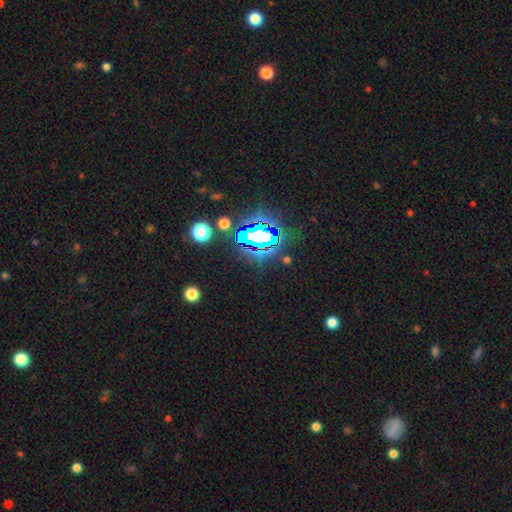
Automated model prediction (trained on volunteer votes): Q: Smooth or featured?
A: star or artifact (78%); runner-up: smooth (15%)